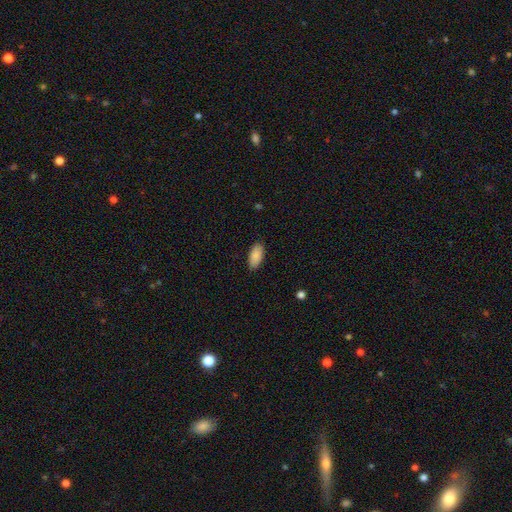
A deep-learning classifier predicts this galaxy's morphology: Smooth or featured? smooth (89%)
How rounded? in between (91%)
Merging? none (87%)